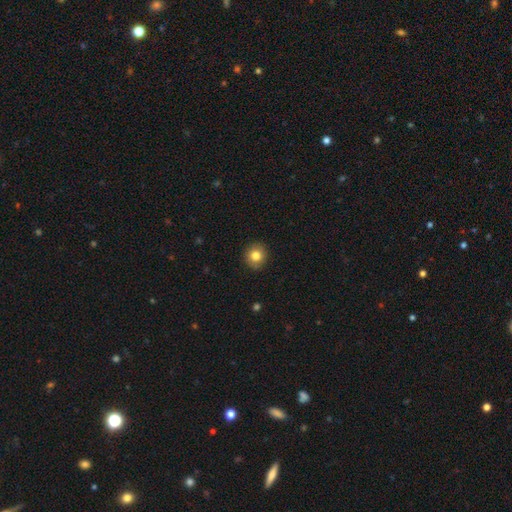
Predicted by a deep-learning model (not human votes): This is clearly a smooth galaxy (82%). How rounded: clearly round (89%). Merging: clearly none (88%).